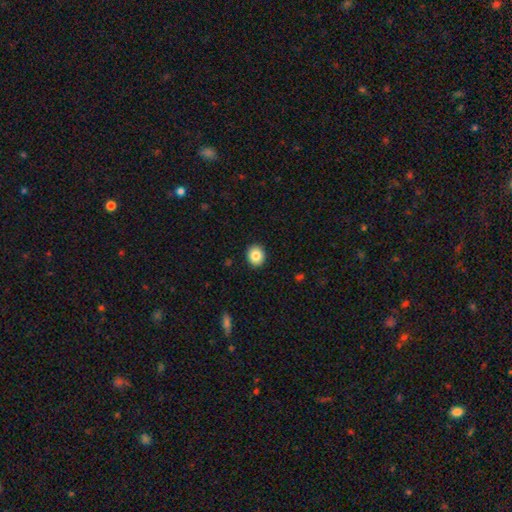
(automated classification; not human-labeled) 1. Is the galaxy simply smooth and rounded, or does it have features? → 84% smooth, 9% star or artifact, 7% featured or disk.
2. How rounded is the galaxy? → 81% round, 18% in between, 1% cigar-shaped.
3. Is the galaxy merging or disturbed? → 92% none, 6% minor disturbance, 2% major disturbance, 1% merger.